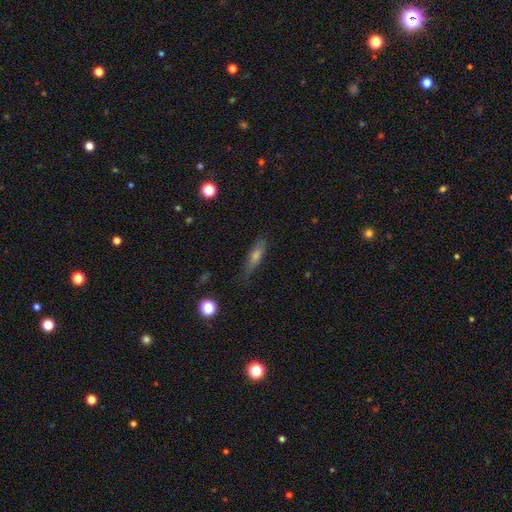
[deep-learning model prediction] smooth-or-featured: smooth: 56% | featured or disk: 32% | star or artifact: 13%
  how-rounded: cigar-shaped: 67% | in between: 29% | round: 4%
  merging: none: 77% | minor disturbance: 18% | major disturbance: 4% | merger: 2%